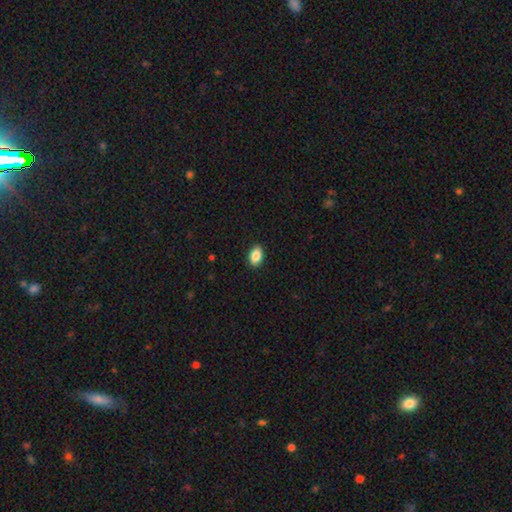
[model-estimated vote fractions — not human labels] This is clearly a smooth galaxy (87%). How rounded: clearly in between (90%). Merging: clearly none (90%).